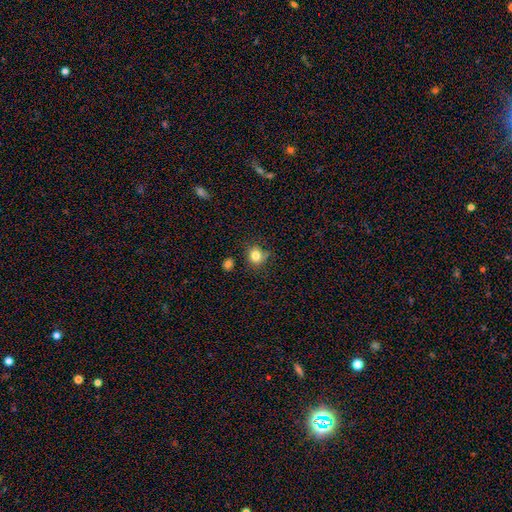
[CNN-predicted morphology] smooth_or_featured: smooth (p=0.81) [alt: star or artifact p=0.12]
how_rounded: round (p=0.80) [alt: in between p=0.19]
merging: none (p=0.73) [alt: minor disturbance p=0.17]